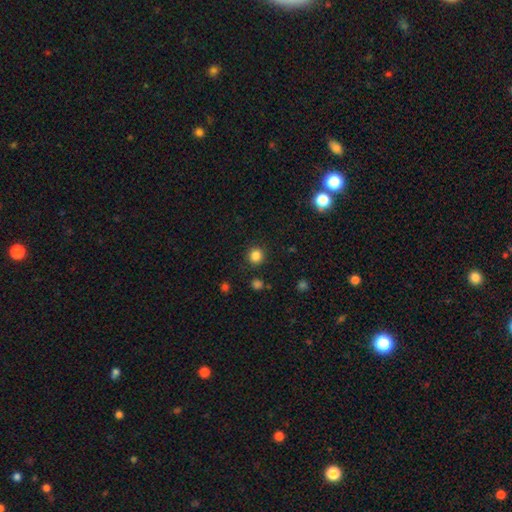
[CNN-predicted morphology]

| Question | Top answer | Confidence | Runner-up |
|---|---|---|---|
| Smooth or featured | smooth | 84% | star or artifact (12%) |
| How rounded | round | 91% | in between (8%) |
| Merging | none | 89% | minor disturbance (7%) |